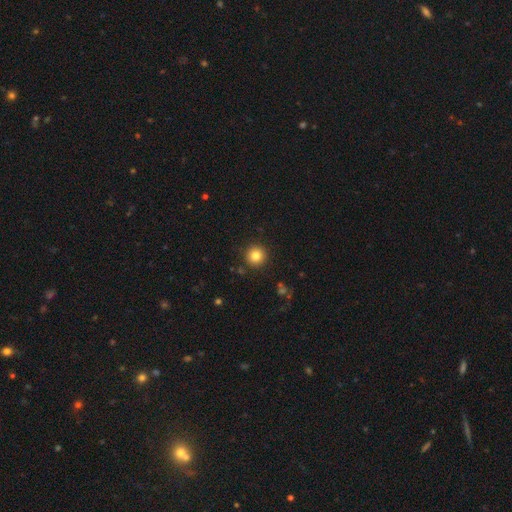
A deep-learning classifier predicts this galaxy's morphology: A smooth galaxy with no disk features (82%) that is round (96%). Merging: none (91%).